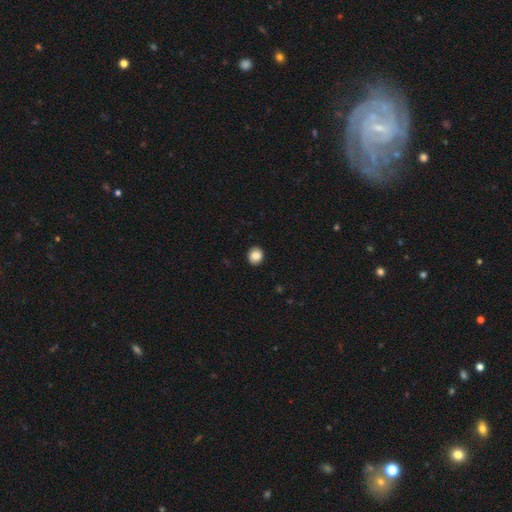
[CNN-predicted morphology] Q: Smooth or featured?
A: smooth (88%); runner-up: star or artifact (9%)
Q: How rounded?
A: round (80%); runner-up: in between (19%)
Q: Merging?
A: none (90%); runner-up: minor disturbance (7%)